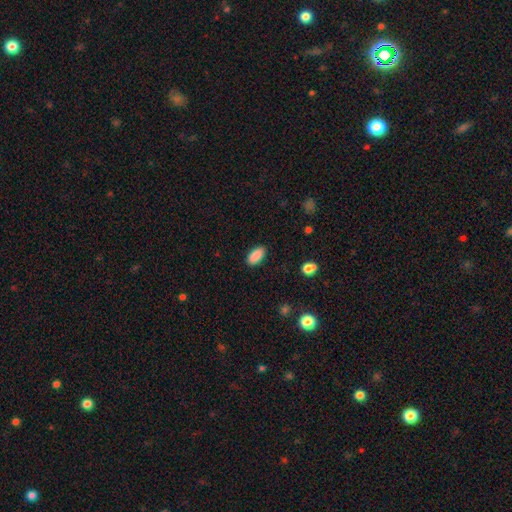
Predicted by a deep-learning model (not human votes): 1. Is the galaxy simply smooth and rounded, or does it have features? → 89% smooth, 7% star or artifact, 3% featured or disk.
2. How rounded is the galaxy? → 93% in between, 5% cigar-shaped, 3% round.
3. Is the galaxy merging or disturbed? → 88% none, 8% minor disturbance, 2% major disturbance, 1% merger.